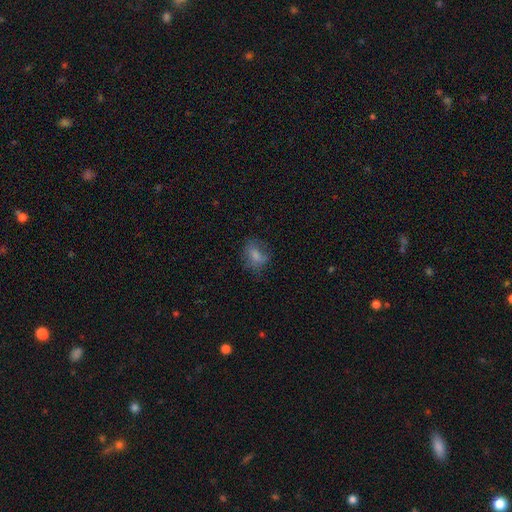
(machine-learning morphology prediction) Q: Smooth or featured?
A: smooth (72%); runner-up: featured or disk (17%)
Q: How rounded?
A: in between (67%); runner-up: round (31%)
Q: Merging?
A: none (58%); runner-up: minor disturbance (24%)